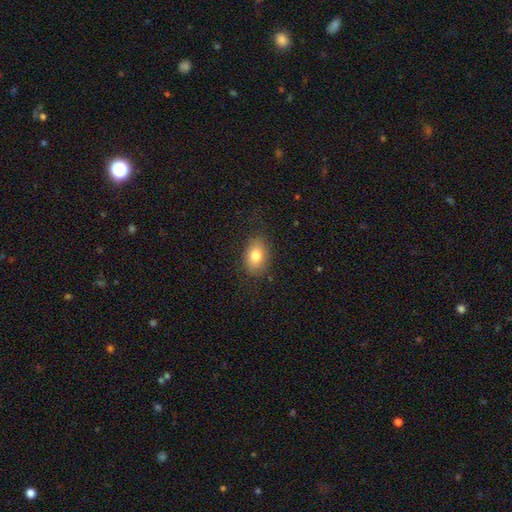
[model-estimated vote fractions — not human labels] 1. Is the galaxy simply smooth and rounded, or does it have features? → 80% smooth, 11% featured or disk, 9% star or artifact.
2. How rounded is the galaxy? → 80% in between, 19% round, 1% cigar-shaped.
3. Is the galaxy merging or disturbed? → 80% none, 14% minor disturbance, 5% major disturbance, 1% merger.